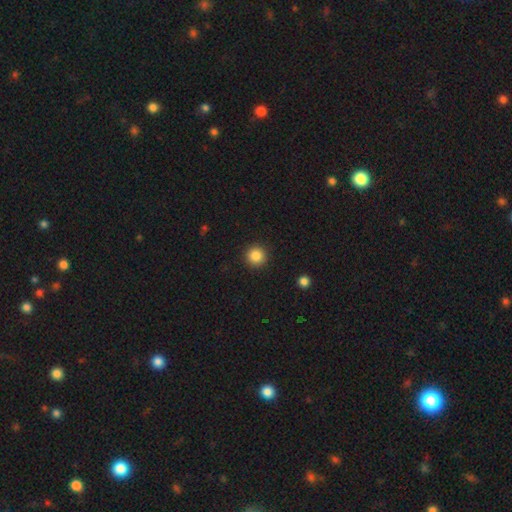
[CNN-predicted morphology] type=smooth (86%); roundness=round (95%); merging=none (92%).